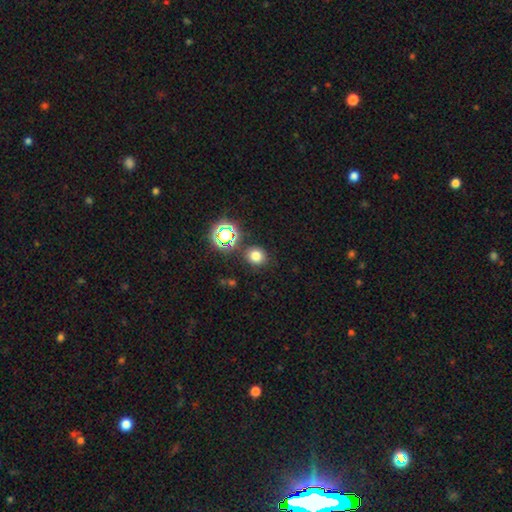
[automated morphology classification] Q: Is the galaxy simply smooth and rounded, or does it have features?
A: smooth — 73%.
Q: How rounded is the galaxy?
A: round — 82%.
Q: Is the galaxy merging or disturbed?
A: none — 84%.